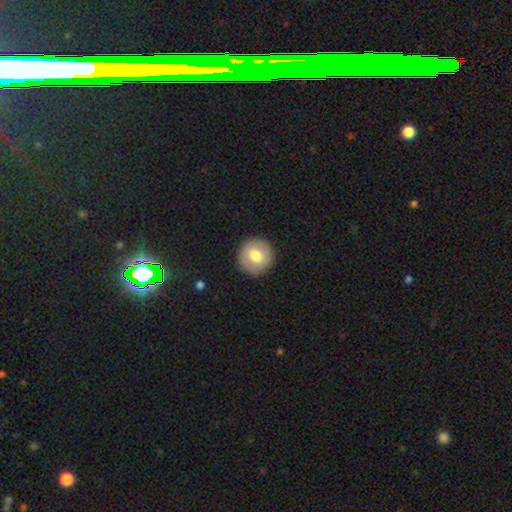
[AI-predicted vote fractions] Smooth or featured: smooth — 74% (featured or disk — 18%)
How rounded: round — 95% (in between — 4%)
Merging: none — 90% (minor disturbance — 7%)